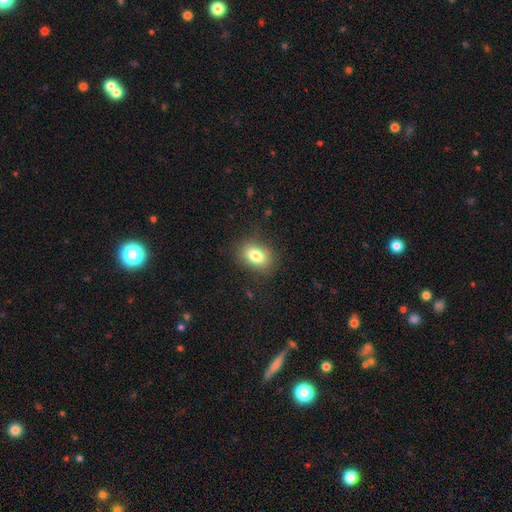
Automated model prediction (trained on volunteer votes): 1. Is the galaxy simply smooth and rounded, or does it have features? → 81% smooth, 10% featured or disk, 9% star or artifact.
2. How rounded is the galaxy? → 81% in between, 17% round, 2% cigar-shaped.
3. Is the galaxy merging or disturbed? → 83% none, 12% minor disturbance, 4% major disturbance, 1% merger.